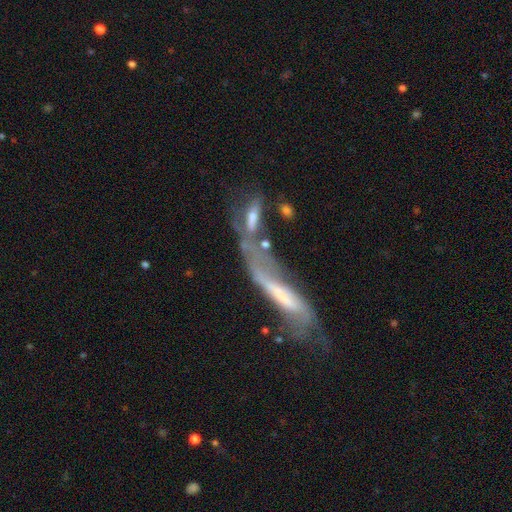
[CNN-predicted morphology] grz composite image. It shows a featured or disk galaxy (58%). Merging: merger (47%).